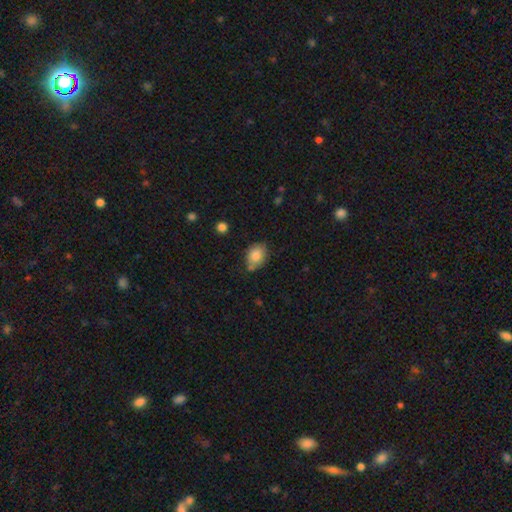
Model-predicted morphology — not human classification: smooth-or-featured: smooth: 84% | star or artifact: 8% | featured or disk: 8%
  how-rounded: in between: 67% | round: 32% | cigar-shaped: 1%
  merging: none: 63% | minor disturbance: 26% | merger: 6% | major disturbance: 5%